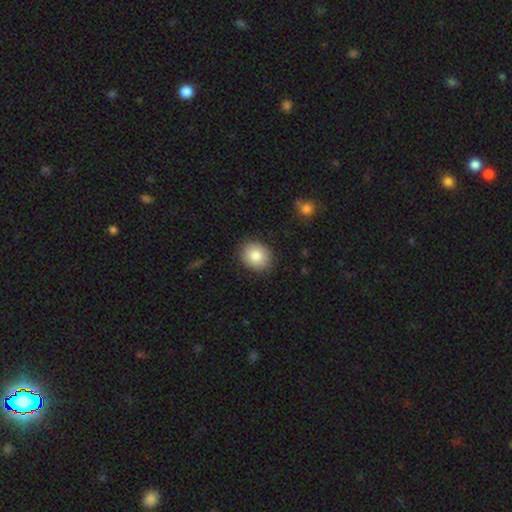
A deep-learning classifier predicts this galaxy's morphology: Q: Smooth or featured?
A: smooth (83%); runner-up: featured or disk (9%)
Q: How rounded?
A: round (69%); runner-up: in between (30%)
Q: Merging?
A: none (88%); runner-up: minor disturbance (9%)